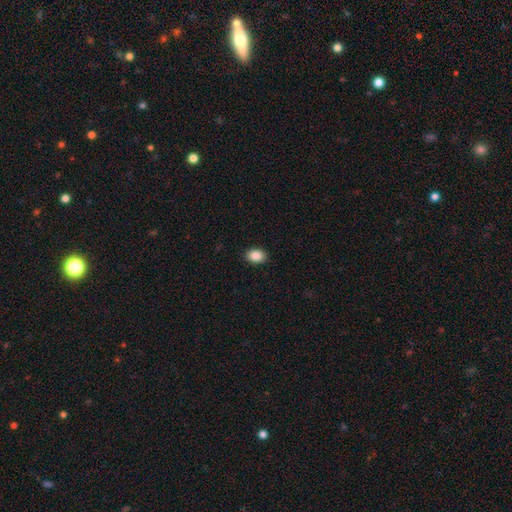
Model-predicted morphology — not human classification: Smooth or featured? smooth (89%)
How rounded? in between (78%)
Merging? none (90%)